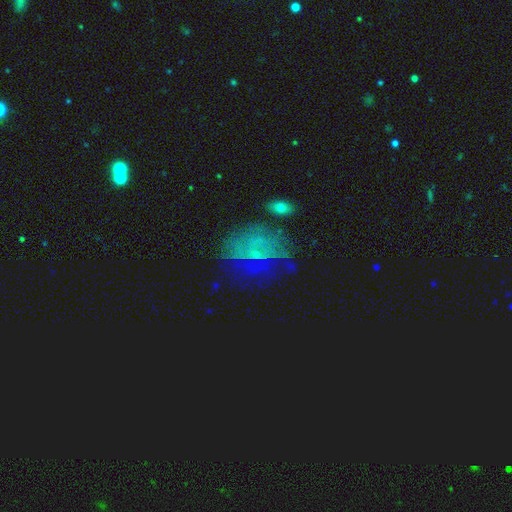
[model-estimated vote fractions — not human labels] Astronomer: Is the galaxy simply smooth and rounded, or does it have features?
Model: featured or disk — 45% (runner-up: star or artifact, 33%).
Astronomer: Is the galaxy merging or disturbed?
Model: none — 54%.